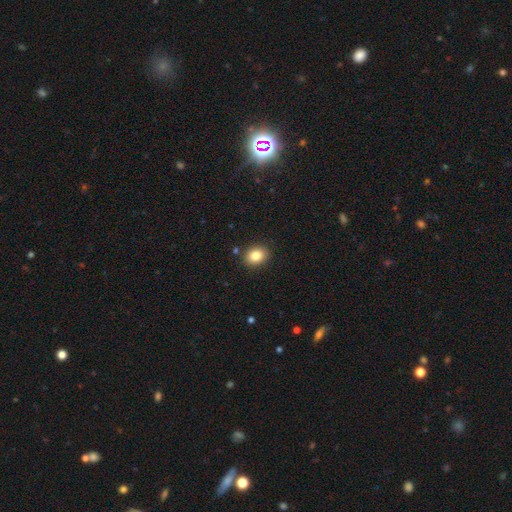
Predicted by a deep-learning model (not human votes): This appears to be a smooth galaxy with no disk features (84%) that is in between round and cigar-shaped (53%). Merging: none (88%).